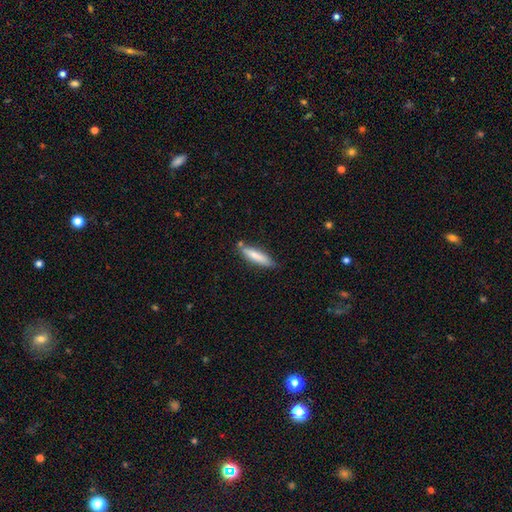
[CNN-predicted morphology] smooth_or_featured: smooth (p=0.72) [alt: featured or disk p=0.22]
how_rounded: cigar-shaped (p=0.79) [alt: in between p=0.19]
merging: none (p=0.75) [alt: minor disturbance p=0.16]